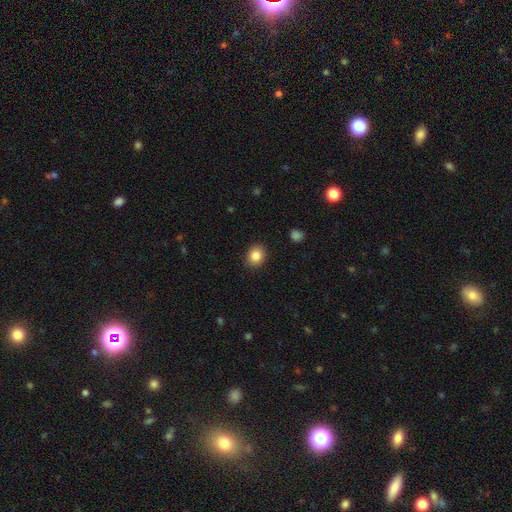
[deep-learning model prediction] Smooth or featured: smooth — 86% (star or artifact — 9%)
How rounded: round — 68% (in between — 31%)
Merging: none — 90% (minor disturbance — 7%)